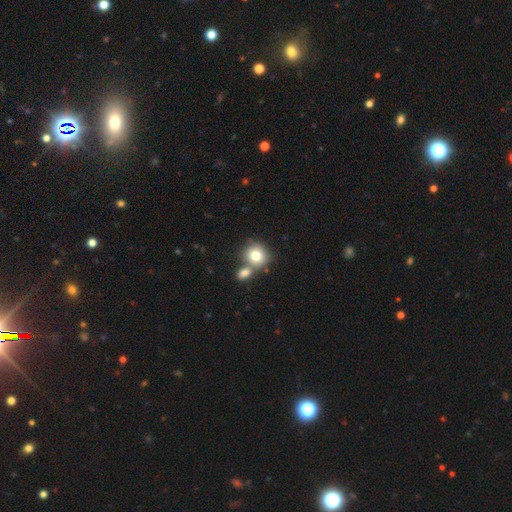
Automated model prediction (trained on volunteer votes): smooth_or_featured: smooth (p=0.78) [alt: featured or disk p=0.12]
how_rounded: round (p=0.80) [alt: in between p=0.19]
merging: none (p=0.47) [alt: merger p=0.40]